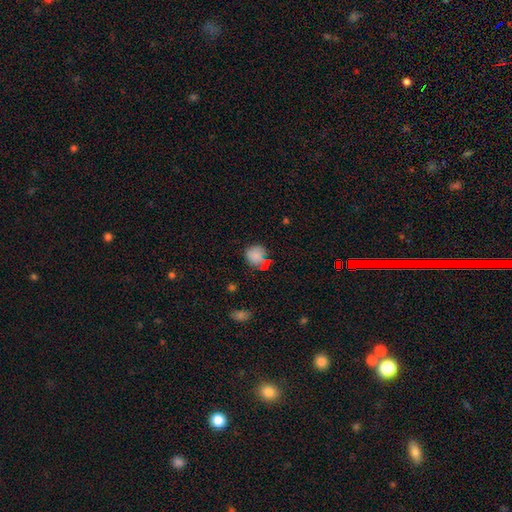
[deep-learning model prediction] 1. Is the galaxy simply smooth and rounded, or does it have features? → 75% smooth, 14% featured or disk, 11% star or artifact.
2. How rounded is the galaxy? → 65% round, 33% in between, 1% cigar-shaped.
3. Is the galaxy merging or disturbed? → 50% none, 30% minor disturbance, 14% major disturbance, 6% merger.